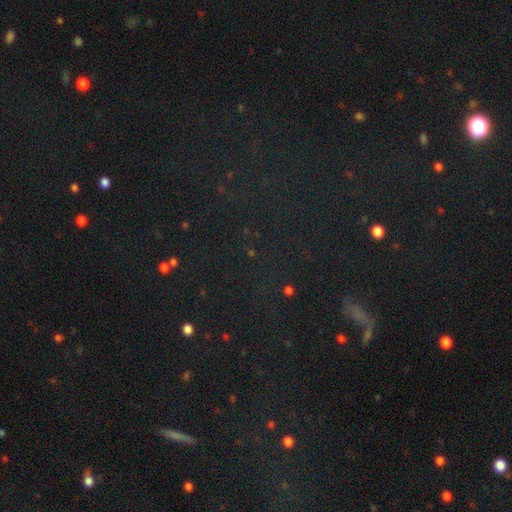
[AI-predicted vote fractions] star or artifact 74%, smooth 16%, featured or disk 10%.